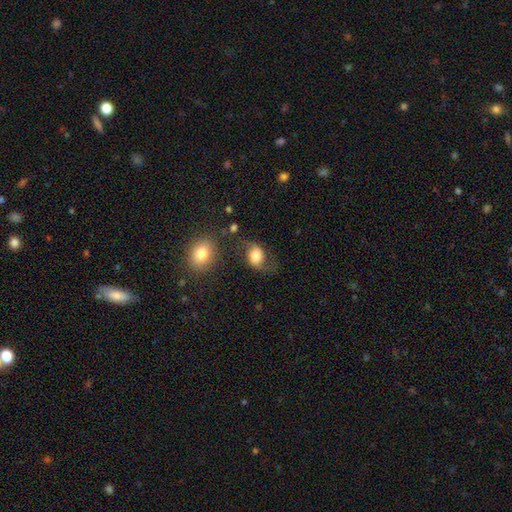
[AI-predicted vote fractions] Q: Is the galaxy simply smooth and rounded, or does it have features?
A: smooth — 46%.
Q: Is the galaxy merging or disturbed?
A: none — 56%.